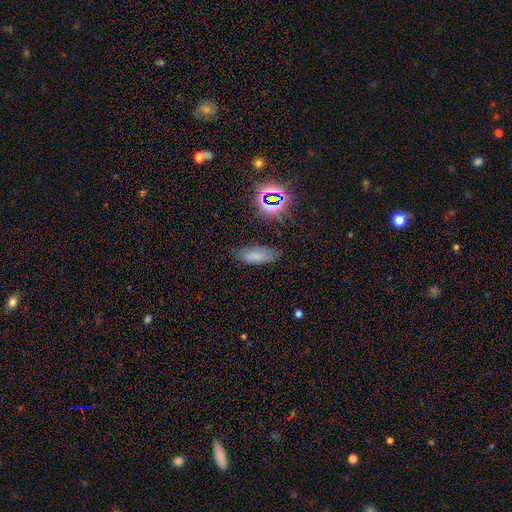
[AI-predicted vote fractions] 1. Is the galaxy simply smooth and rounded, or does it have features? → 67% smooth, 21% star or artifact, 13% featured or disk.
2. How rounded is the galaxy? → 79% in between, 18% cigar-shaped, 3% round.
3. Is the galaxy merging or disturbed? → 72% none, 19% minor disturbance, 6% major disturbance, 2% merger.